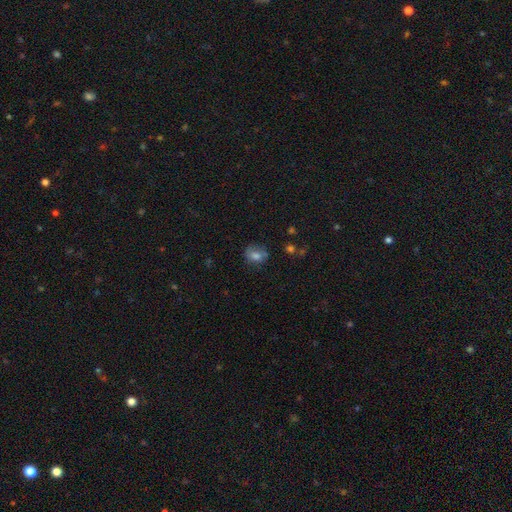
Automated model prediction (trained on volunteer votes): This appears to be a smooth galaxy with no disk features (71%) that is in between round and cigar-shaped (52%). Merging: none (59%).